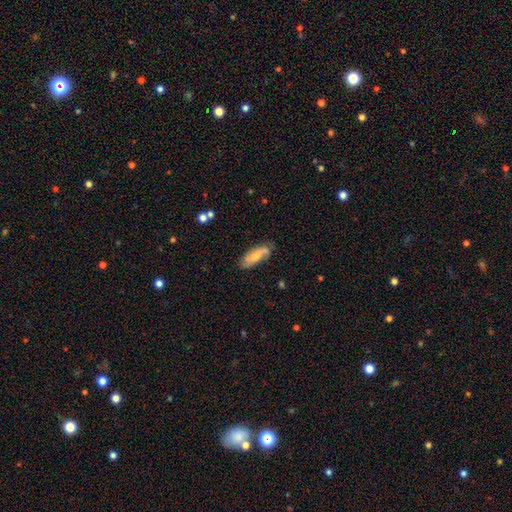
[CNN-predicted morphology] A smooth galaxy with no disk features (57%) that is in between round and cigar-shaped (62%).

Vote fractions:
- Smooth or featured? smooth: 57% / featured or disk: 37% / star or artifact: 6%
- How rounded? in between: 62% / cigar-shaped: 35% / round: 2%
- Merging? none: 68% / minor disturbance: 23% / major disturbance: 5% / merger: 3%